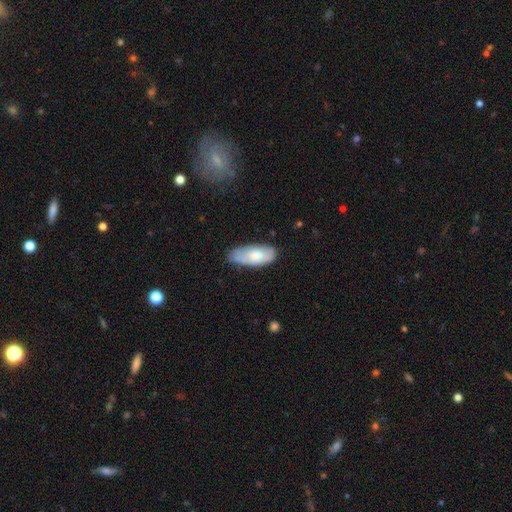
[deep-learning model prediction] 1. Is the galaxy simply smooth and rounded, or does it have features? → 69% smooth, 26% featured or disk, 6% star or artifact.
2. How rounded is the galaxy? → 85% in between, 13% cigar-shaped, 2% round.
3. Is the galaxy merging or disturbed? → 56% none, 33% minor disturbance, 8% major disturbance, 3% merger.